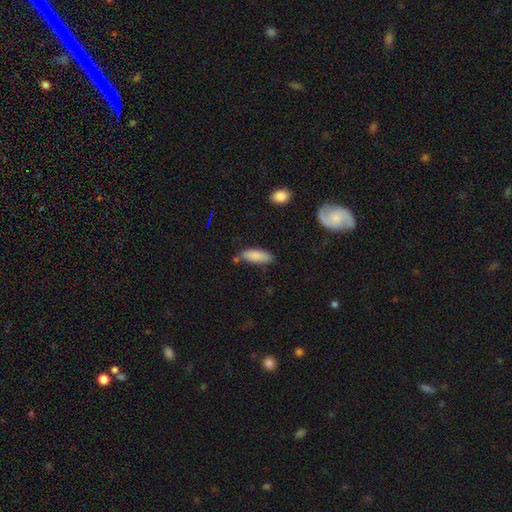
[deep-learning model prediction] Smooth or featured: smooth — 86% (featured or disk — 8%)
How rounded: in between — 65% (cigar-shaped — 33%)
Merging: none — 71% (minor disturbance — 19%)